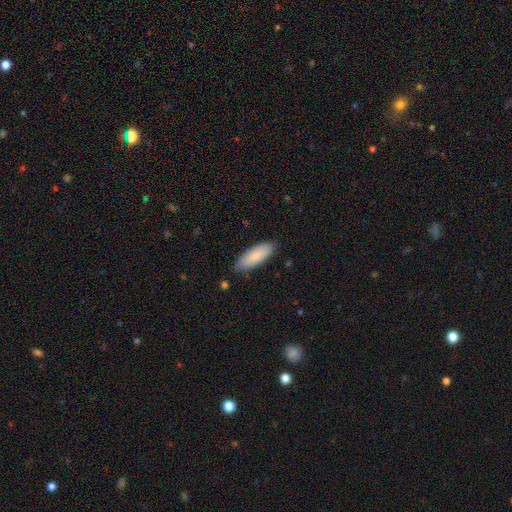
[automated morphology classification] smooth-or-featured: smooth: 85% | featured or disk: 10% | star or artifact: 6%
  how-rounded: in between: 66% | cigar-shaped: 33% | round: 1%
  merging: none: 84% | minor disturbance: 13% | major disturbance: 2% | merger: 1%